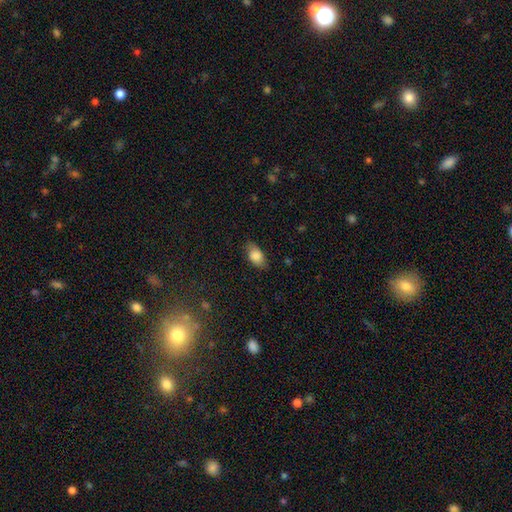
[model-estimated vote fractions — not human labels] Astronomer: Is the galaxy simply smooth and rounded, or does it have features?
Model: smooth — 83%.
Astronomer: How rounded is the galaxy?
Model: in between — 91%.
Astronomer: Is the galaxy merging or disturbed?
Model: none — 81%.